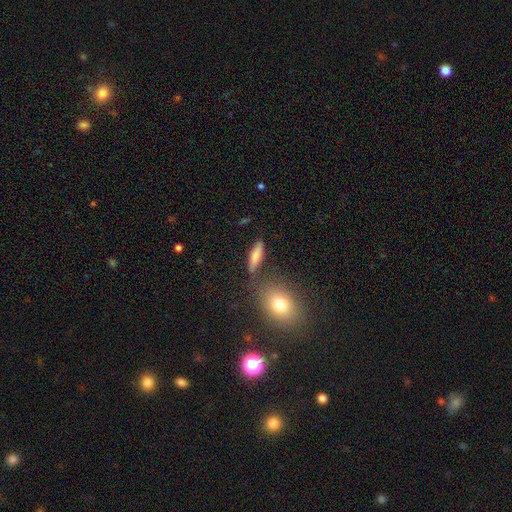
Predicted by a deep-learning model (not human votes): The model was most divided on "how rounded": cigar-shaped: 55%, in between: 41%, round: 5%. More confident: smooth or featured — smooth (76%); merging — none (72%).